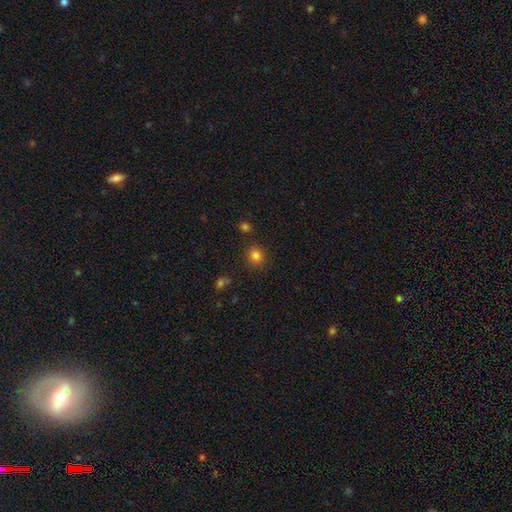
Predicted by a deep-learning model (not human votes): This appears to be a smooth galaxy with no disk features (81%) that is round (81%). Merging: none (84%).